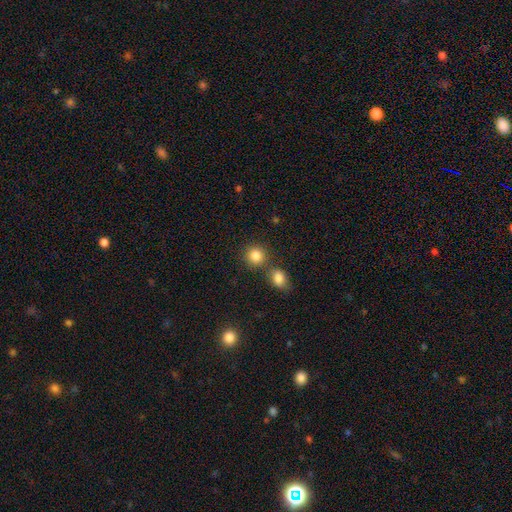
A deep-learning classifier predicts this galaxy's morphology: Q: Smooth or featured?
A: smooth (84%); runner-up: star or artifact (10%)
Q: How rounded?
A: round (86%); runner-up: in between (13%)
Q: Merging?
A: none (70%); runner-up: merger (19%)